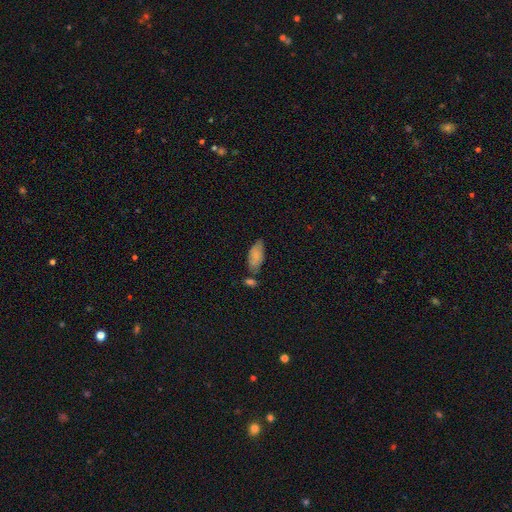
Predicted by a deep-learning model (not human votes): Smooth or featured: smooth — 80% (featured or disk — 13%)
How rounded: in between — 88% (cigar-shaped — 10%)
Merging: none — 53% (minor disturbance — 25%)